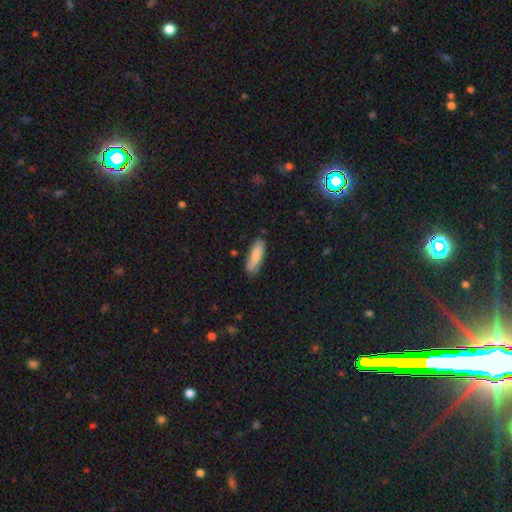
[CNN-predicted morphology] A smooth galaxy with no disk features (80%) that is in between round and cigar-shaped (50%). Merging: none (73%).